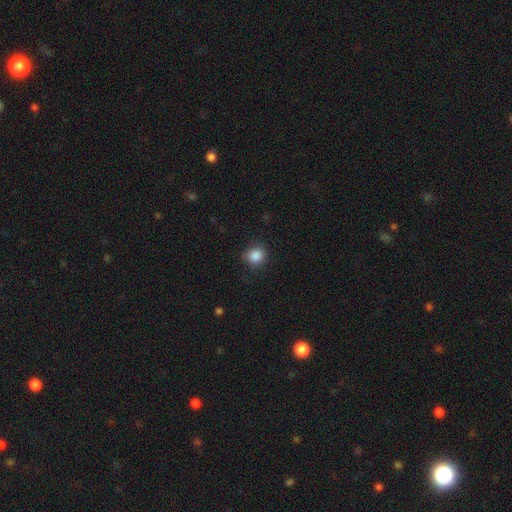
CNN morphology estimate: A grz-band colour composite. It shows a smooth galaxy with no disk features (86%) that is round (83%). Merging: none (82%).